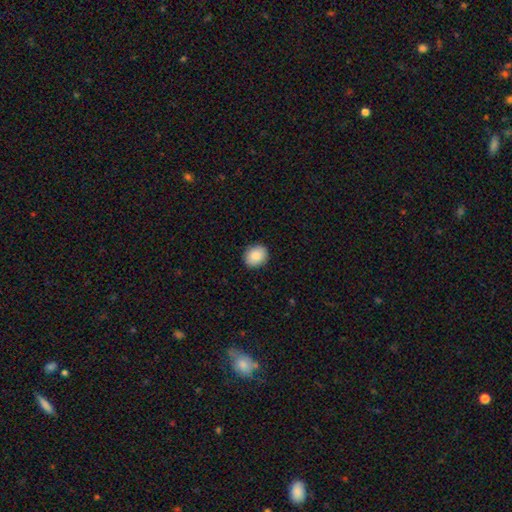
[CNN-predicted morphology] This is clearly a smooth galaxy (88%). How rounded: possibly round (56%). Merging: clearly none (89%).